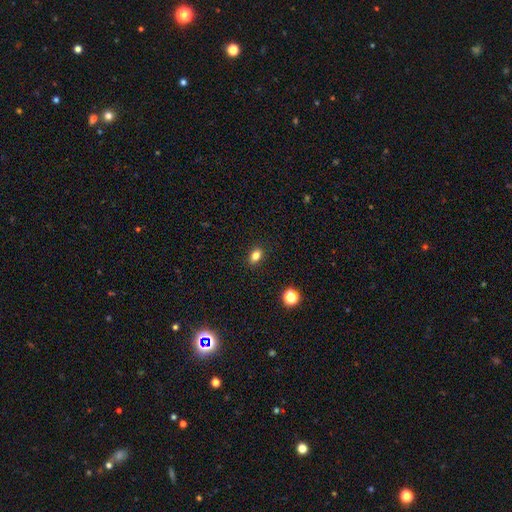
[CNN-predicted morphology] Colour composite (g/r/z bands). It shows a smooth galaxy with no disk features (80%) that is in between round and cigar-shaped (72%). Merging: none (88%).